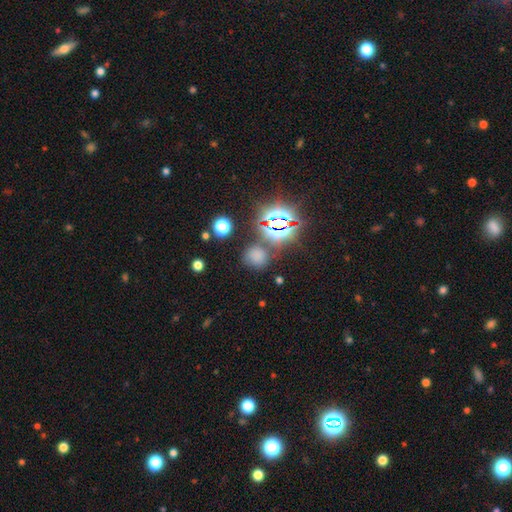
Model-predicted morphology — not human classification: Smooth or featured? smooth (60%)
How rounded? round (82%)
Merging? none (72%)